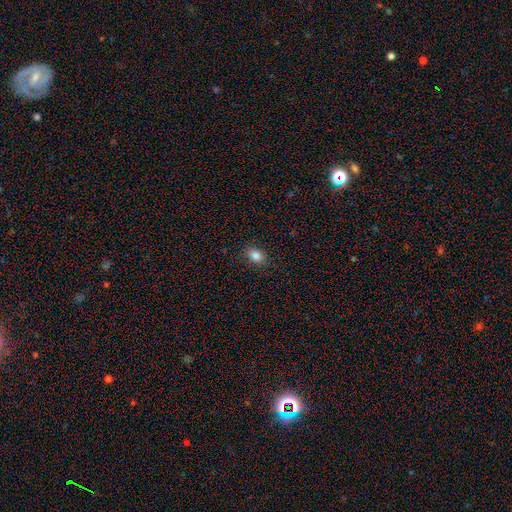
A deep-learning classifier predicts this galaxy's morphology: smooth 84%, star or artifact 11%, featured or disk 6%. Down the decision tree: how rounded — in between (68%); merging — none (86%).